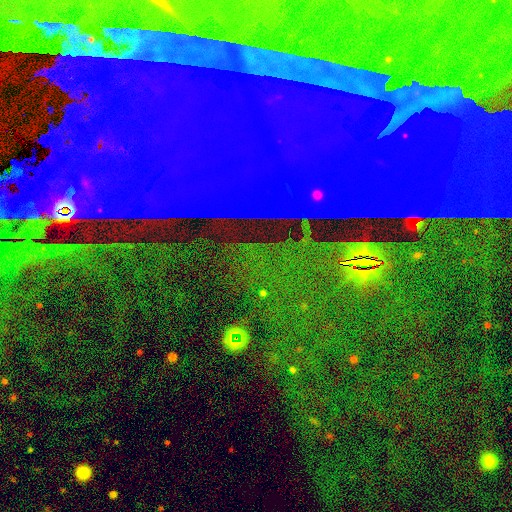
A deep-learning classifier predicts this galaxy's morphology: The model was most divided on "smooth or featured": star or artifact: 84%, featured or disk: 9%, smooth: 7%.